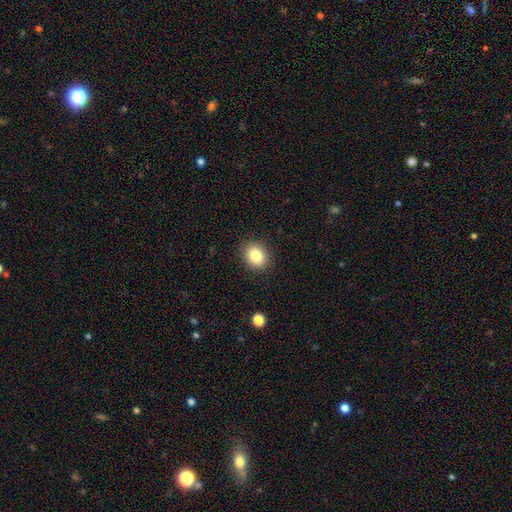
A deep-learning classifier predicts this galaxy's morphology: A smooth galaxy with no disk features (85%) that is round (57%).

Vote fractions:
- Smooth or featured? smooth: 85% / star or artifact: 9% / featured or disk: 6%
- How rounded? round: 57% / in between: 42% / cigar-shaped: 1%
- Merging? none: 89% / minor disturbance: 8% / major disturbance: 2% / merger: 1%